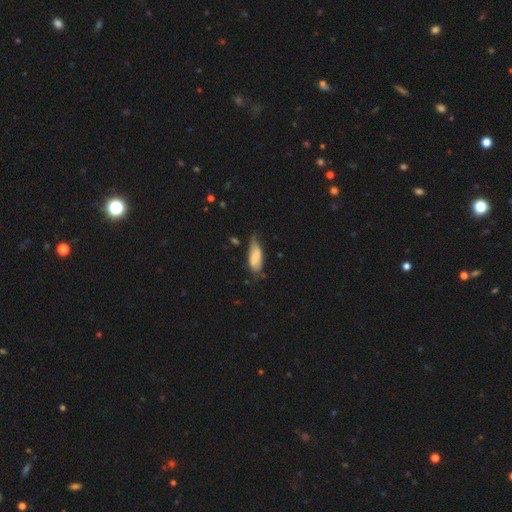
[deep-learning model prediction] smooth_or_featured: smooth (p=0.72) [alt: featured or disk p=0.21]
how_rounded: in between (p=0.76) [alt: cigar-shaped p=0.22]
merging: none (p=0.47) [alt: minor disturbance p=0.40]